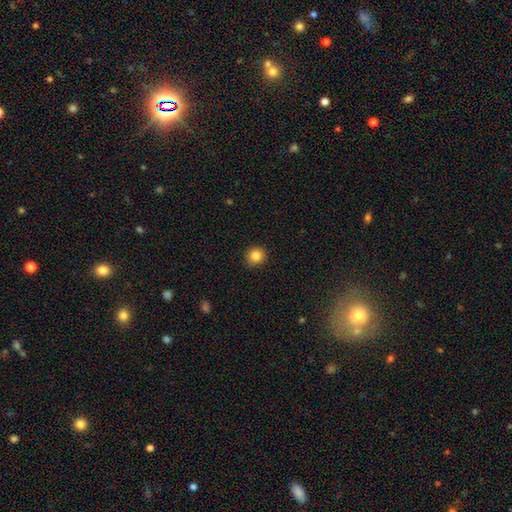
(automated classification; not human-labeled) This appears to be a smooth galaxy with no disk features (84%) that is round (92%). Merging: none (90%).